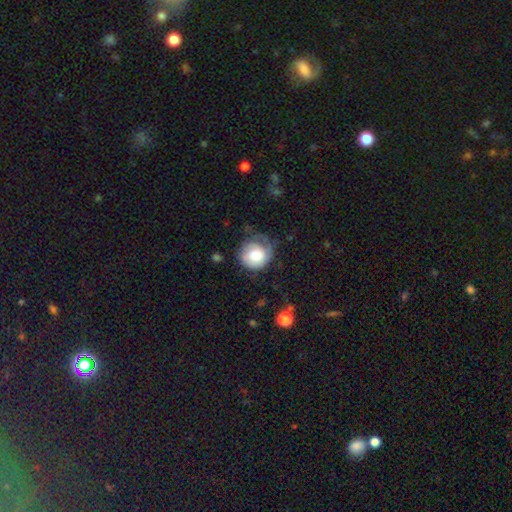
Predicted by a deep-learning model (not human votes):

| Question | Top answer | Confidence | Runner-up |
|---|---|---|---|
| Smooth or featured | smooth | 51% | featured or disk (41%) |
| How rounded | round | 84% | in between (15%) |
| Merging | none | 46% | minor disturbance (30%) |